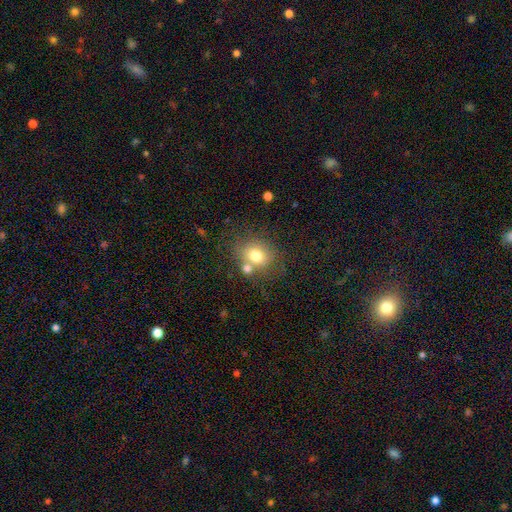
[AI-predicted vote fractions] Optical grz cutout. It shows a smooth galaxy with no disk features (73%) that is round (61%). Merging: none (57%).